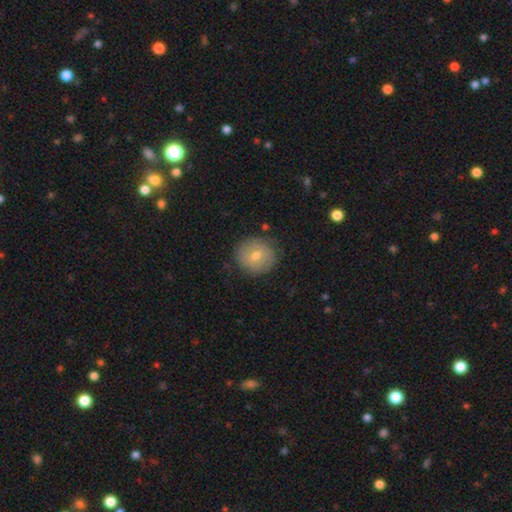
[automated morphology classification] Smooth or featured? Predicted: smooth (p=0.64). How rounded? Predicted: round (p=0.88). Merging? Predicted: none (p=0.86).